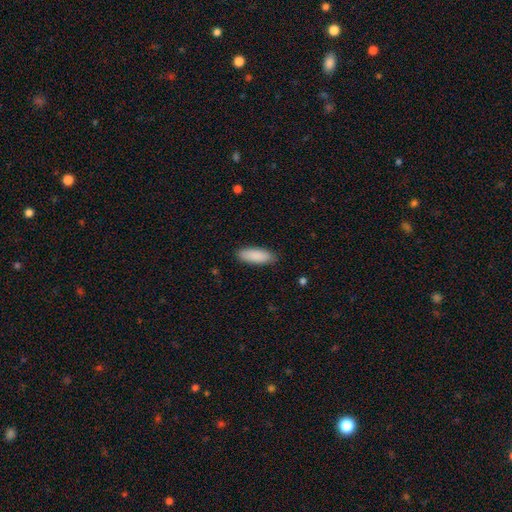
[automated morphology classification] This is clearly a smooth galaxy (90%). How rounded: likely in between (70%). Merging: clearly none (87%).